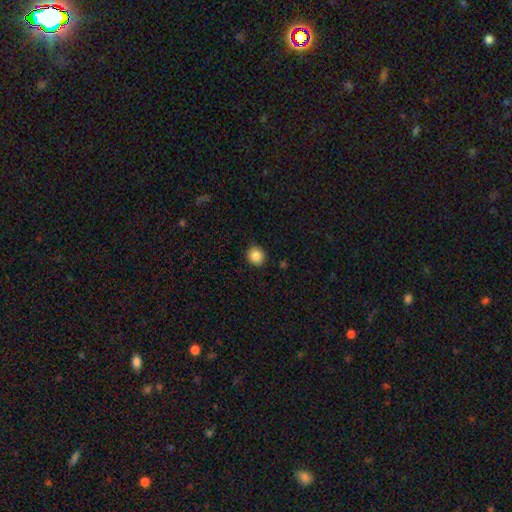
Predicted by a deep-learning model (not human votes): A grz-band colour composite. It shows a smooth galaxy with no disk features (86%) that is round (81%). Merging: none (88%).